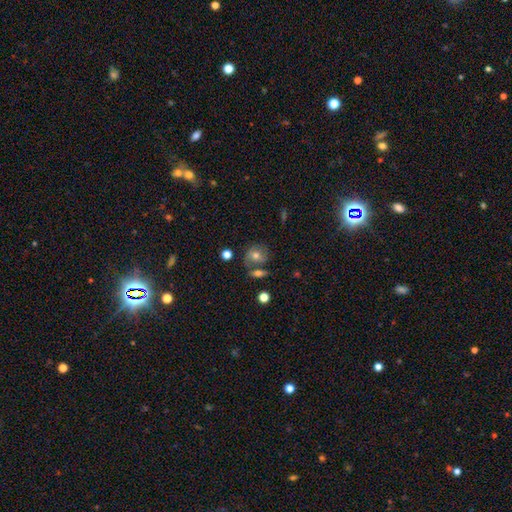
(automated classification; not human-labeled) Q: Smooth or featured?
A: smooth (52%); runner-up: featured or disk (35%)
Q: How rounded?
A: round (68%); runner-up: in between (31%)
Q: Merging?
A: none (54%); runner-up: merger (21%)